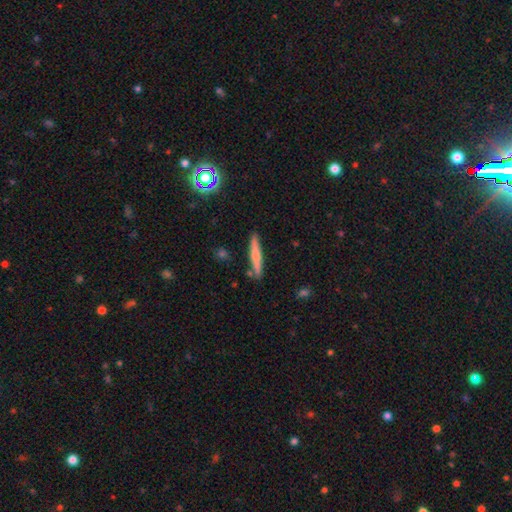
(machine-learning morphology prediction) Overall: smooth (60%; featured or disk 34%). How rounded: cigar-shaped (94%). Merging: none (85%).